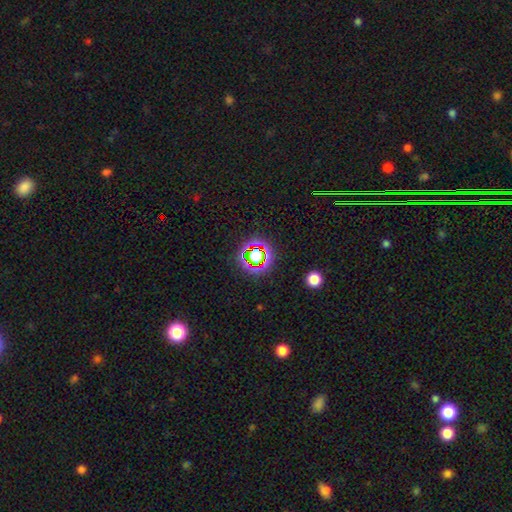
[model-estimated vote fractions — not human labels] This is likely a star or artifact rather than a galaxy (63%).